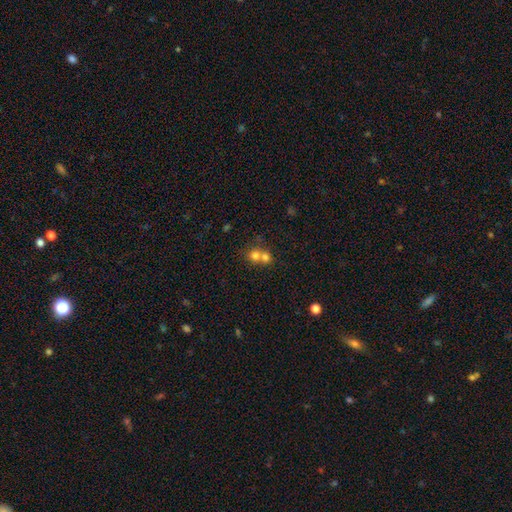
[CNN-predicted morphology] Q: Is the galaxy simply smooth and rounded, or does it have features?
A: smooth — 73%.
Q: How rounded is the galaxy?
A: round — 82%.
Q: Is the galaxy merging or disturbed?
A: merger — 62%.